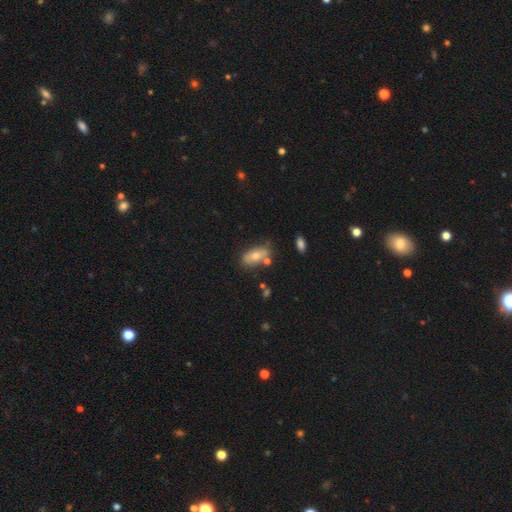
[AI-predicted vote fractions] Smooth or featured? Predicted: smooth (p=0.64). How rounded? Predicted: in between (p=0.86). Merging? Predicted: none (p=0.65).